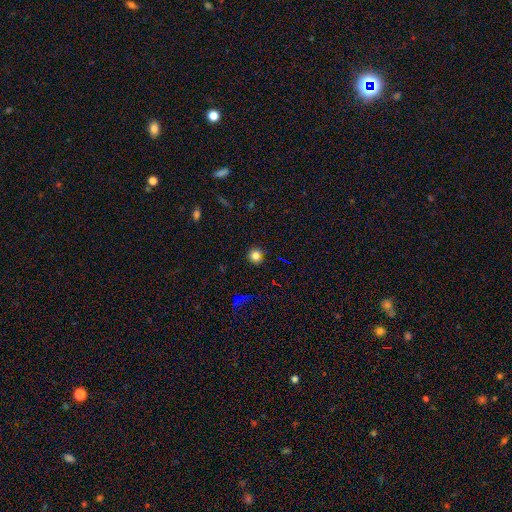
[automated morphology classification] A smooth galaxy with no disk features (79%) that is round (93%). Merging: none (90%).